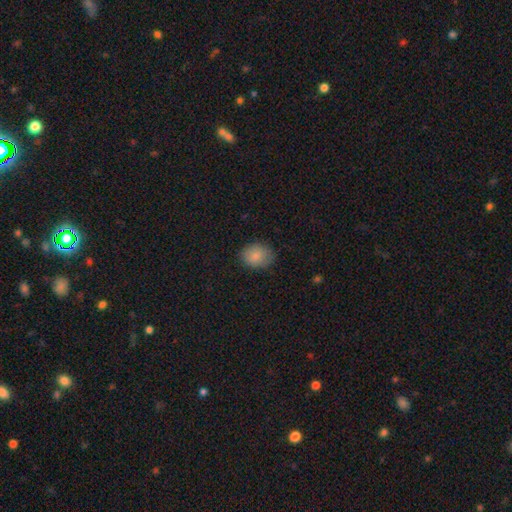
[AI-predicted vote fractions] This is clearly a smooth galaxy (85%). How rounded: possibly in between (56%). Merging: clearly none (81%).